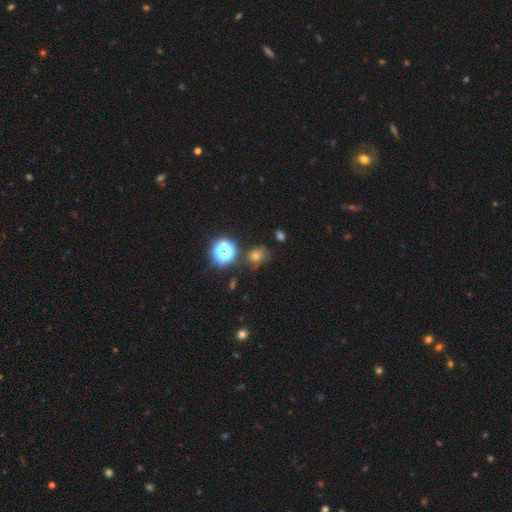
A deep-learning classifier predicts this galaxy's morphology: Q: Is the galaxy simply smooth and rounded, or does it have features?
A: smooth — 59%.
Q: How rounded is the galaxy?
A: round — 67%.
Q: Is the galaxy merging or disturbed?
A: none — 63%.